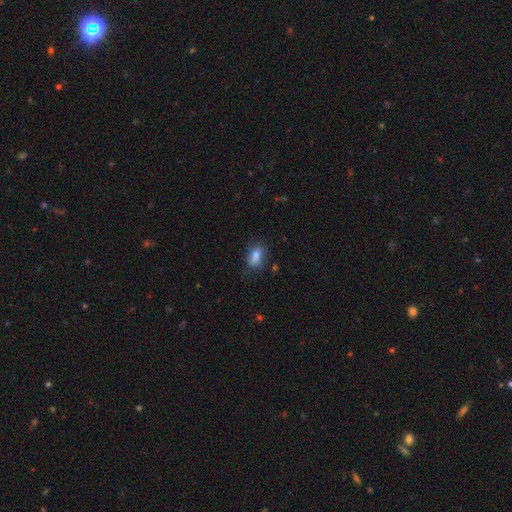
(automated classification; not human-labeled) smooth 82%, featured or disk 10%, star or artifact 9%. Down the decision tree: how rounded — in between (84%); merging — none (70%).